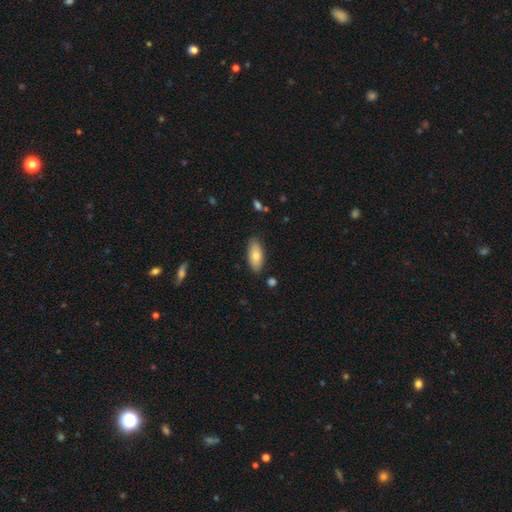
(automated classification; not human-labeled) Q: Smooth or featured?
A: smooth (77%); runner-up: featured or disk (16%)
Q: How rounded?
A: in between (87%); runner-up: cigar-shaped (11%)
Q: Merging?
A: none (85%); runner-up: minor disturbance (12%)